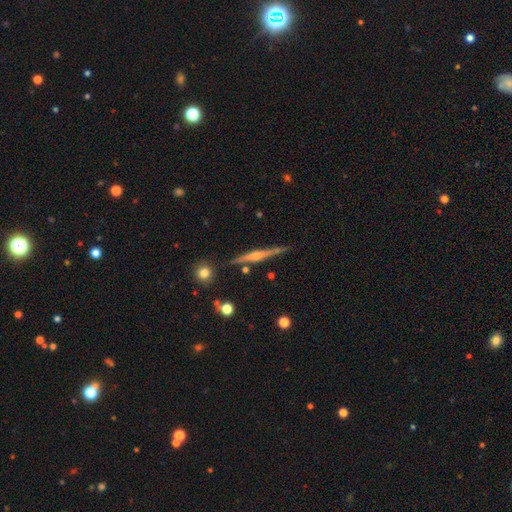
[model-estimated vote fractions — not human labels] A featured or disk galaxy (77%) viewed edge-on (98%) with a rounded central bulge (78%).

Vote fractions:
- Smooth or featured? featured or disk: 77% / smooth: 16% / star or artifact: 7%
- Edge-on disk? yes: 98% / no: 2%
- Edge-on bulge? rounded: 78% / none: 11% / boxy: 11%
- Merging? none: 83% / minor disturbance: 11% / merger: 3% / major disturbance: 2%